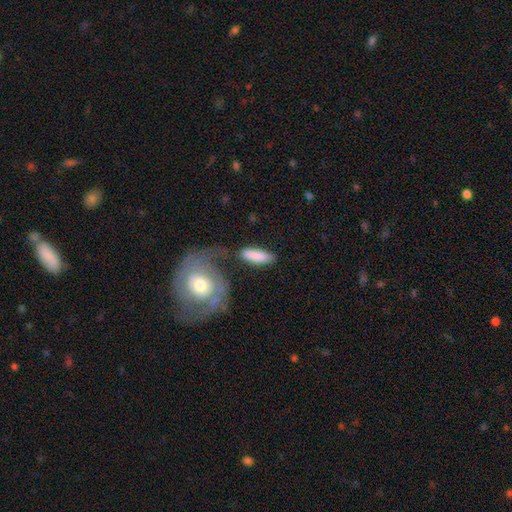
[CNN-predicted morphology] A smooth galaxy with no disk features (83%) that is in between round and cigar-shaped (53%). Merging: none (65%).